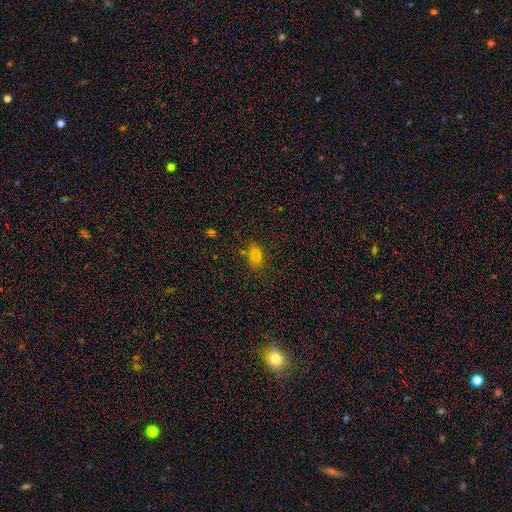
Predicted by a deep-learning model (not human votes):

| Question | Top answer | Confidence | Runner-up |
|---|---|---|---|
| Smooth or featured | smooth | 78% | star or artifact (14%) |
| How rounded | in between | 82% | round (14%) |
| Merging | none | 75% | minor disturbance (16%) |